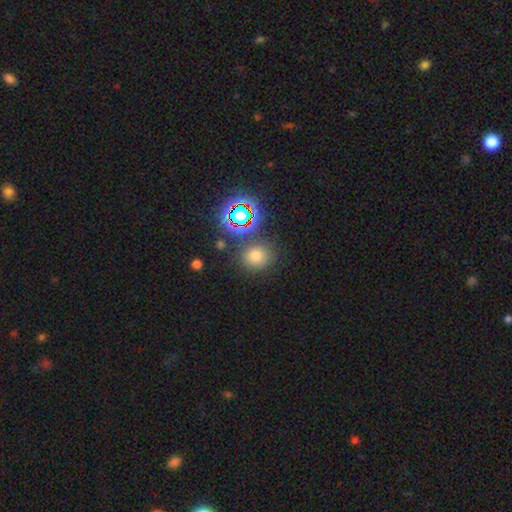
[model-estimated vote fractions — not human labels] smooth-or-featured: smooth: 69% | star or artifact: 23% | featured or disk: 8%
  how-rounded: round: 79% | in between: 20% | cigar-shaped: 1%
  merging: none: 80% | minor disturbance: 10% | merger: 6% | major disturbance: 4%